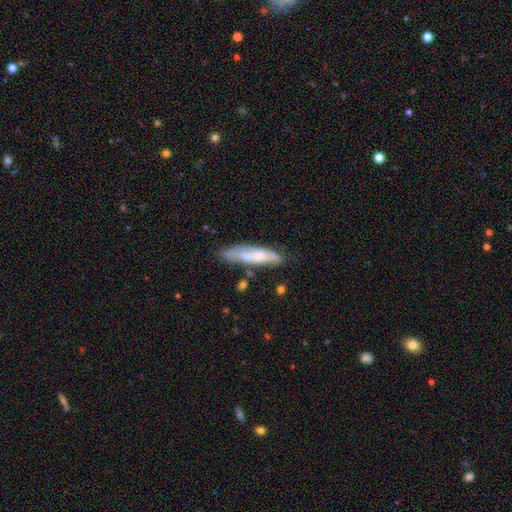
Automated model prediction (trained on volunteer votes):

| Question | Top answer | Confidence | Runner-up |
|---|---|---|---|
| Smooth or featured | smooth | 53% | featured or disk (40%) |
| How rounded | cigar-shaped | 69% | in between (29%) |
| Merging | none | 64% | minor disturbance (24%) |